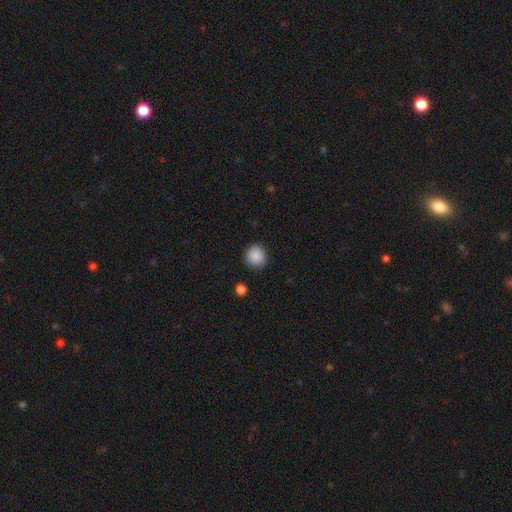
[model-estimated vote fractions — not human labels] Overall: smooth (88%). How rounded: round (89%). Merging: none (86%).